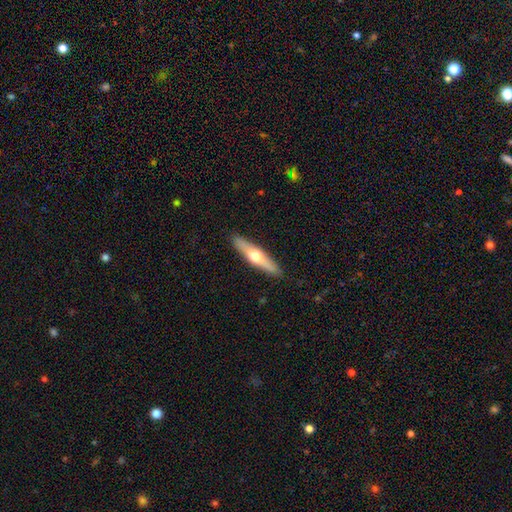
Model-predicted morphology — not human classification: Overall: featured or disk (52%; smooth 43%). Edge-on disk: yes (93%). Merging: none (90%).